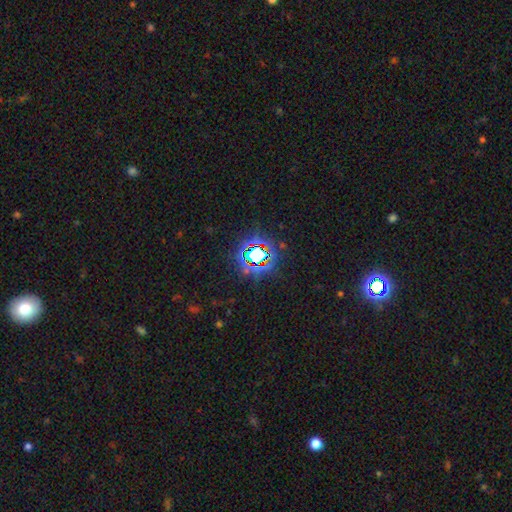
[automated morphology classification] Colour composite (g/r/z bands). It shows a star or artifact, not a galaxy (74%).